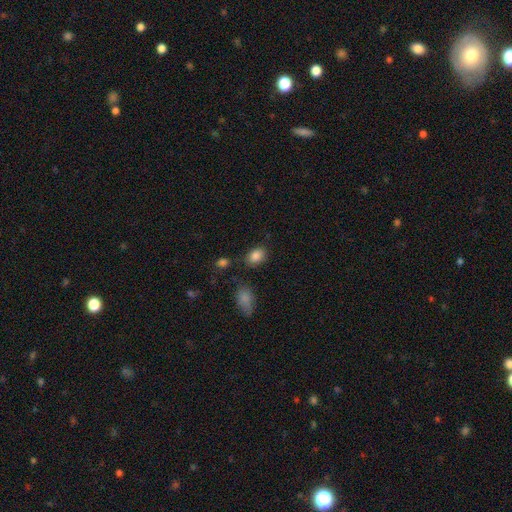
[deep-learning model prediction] A smooth galaxy with no disk features (86%) that is in between round and cigar-shaped (79%). Merging: none (77%).